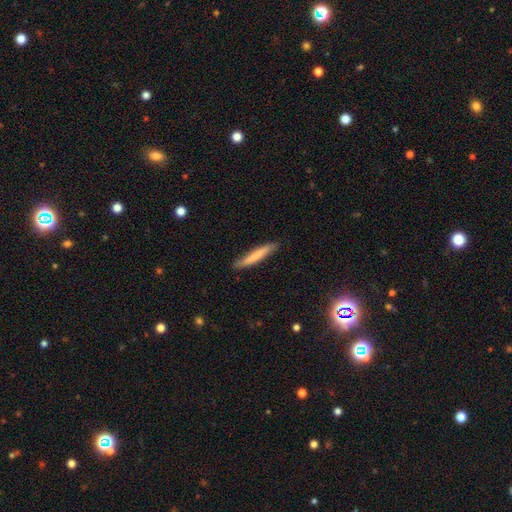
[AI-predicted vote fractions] Smooth or featured? smooth (72%)
How rounded? cigar-shaped (94%)
Merging? none (86%)